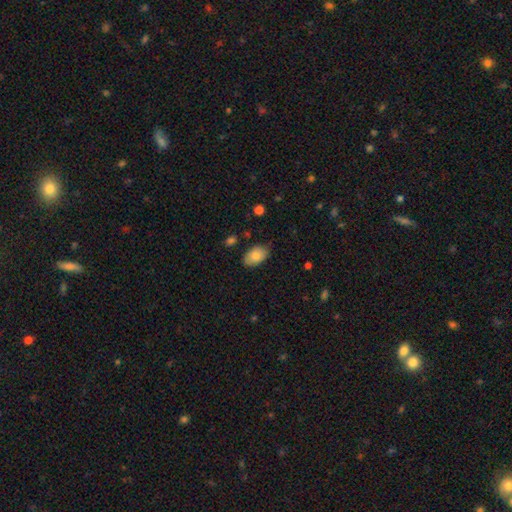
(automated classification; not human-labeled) Morphology: type=smooth (85%); roundness=in between (91%); merging=none (81%).